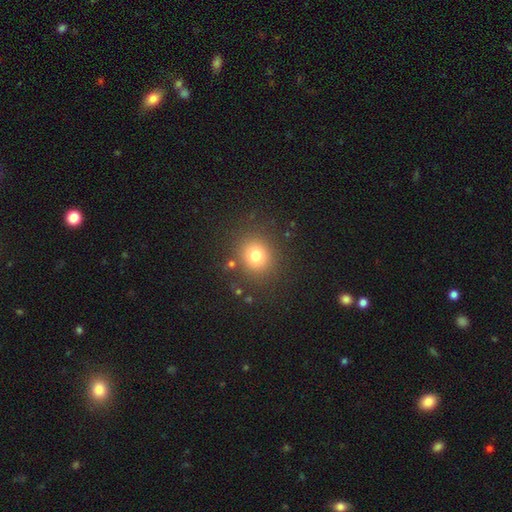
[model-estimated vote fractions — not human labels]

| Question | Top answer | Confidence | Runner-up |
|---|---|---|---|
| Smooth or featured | smooth | 76% | star or artifact (15%) |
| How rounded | round | 83% | in between (16%) |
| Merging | none | 85% | minor disturbance (8%) |